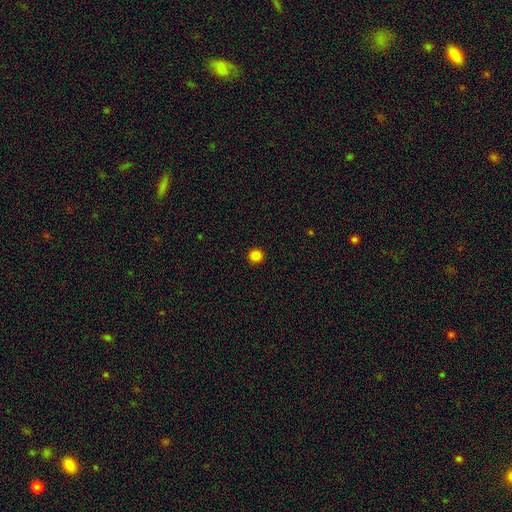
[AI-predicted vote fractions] Smooth or featured? Predicted: smooth (p=0.85). How rounded? Predicted: round (p=0.95). Merging? Predicted: none (p=0.93).